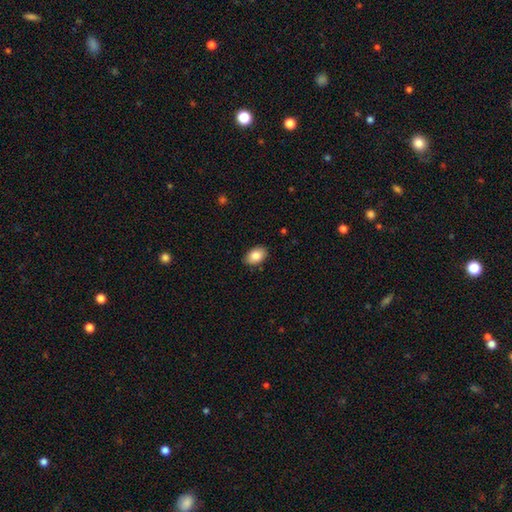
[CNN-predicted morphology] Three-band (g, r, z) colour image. It shows a smooth galaxy with no disk features (84%) that is in between round and cigar-shaped (87%). Merging: none (87%).